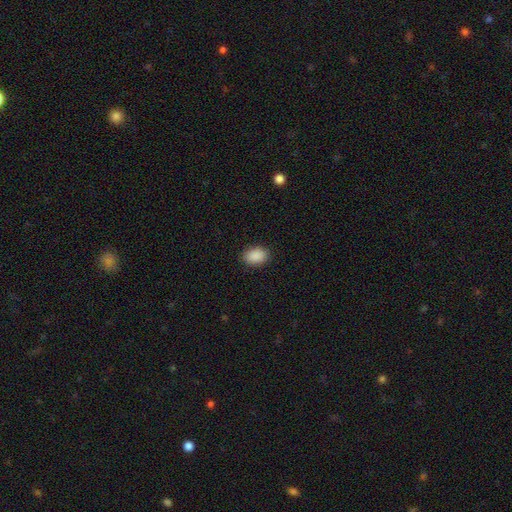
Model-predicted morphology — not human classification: type=smooth (90%); roundness=in between (84%); merging=none (89%).